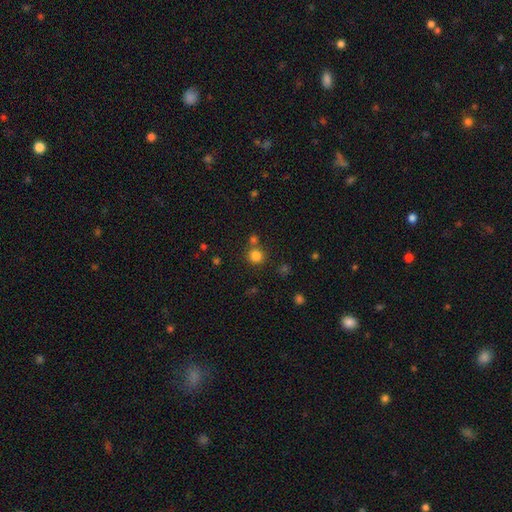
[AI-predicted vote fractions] smooth_or_featured: smooth (p=0.81) [alt: star or artifact p=0.14]
how_rounded: round (p=0.92) [alt: in between p=0.07]
merging: none (p=0.73) [alt: merger p=0.16]